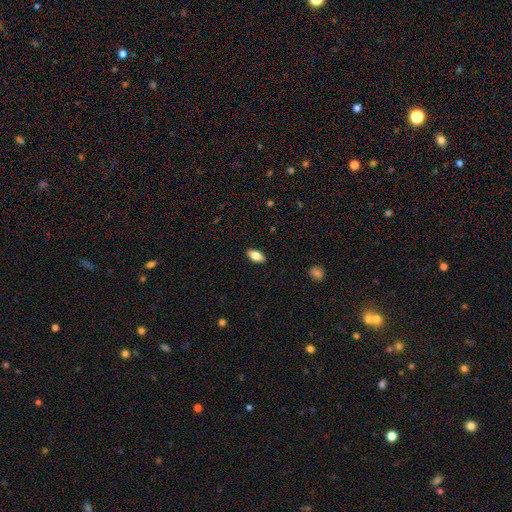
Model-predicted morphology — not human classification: A smooth galaxy with no disk features (78%) that is in between round and cigar-shaped (89%).

Vote fractions:
- Smooth or featured? smooth: 78% / featured or disk: 15% / star or artifact: 7%
- How rounded? in between: 89% / cigar-shaped: 8% / round: 3%
- Merging? none: 90% / minor disturbance: 8% / major disturbance: 2% / merger: 1%